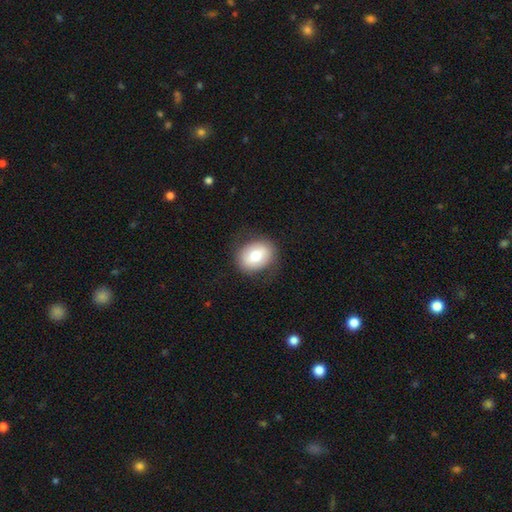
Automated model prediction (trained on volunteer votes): A smooth galaxy with no disk features (71%) that is in between round and cigar-shaped (53%).

Vote fractions:
- Smooth or featured? smooth: 71% / featured or disk: 21% / star or artifact: 8%
- How rounded? in between: 53% / round: 46% / cigar-shaped: 1%
- Merging? none: 80% / minor disturbance: 14% / major disturbance: 5% / merger: 1%